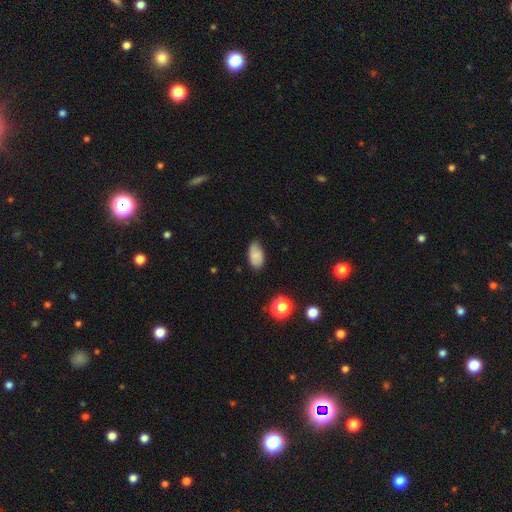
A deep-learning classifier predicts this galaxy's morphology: type=smooth (77%); roundness=in between (92%); merging=none (63%).